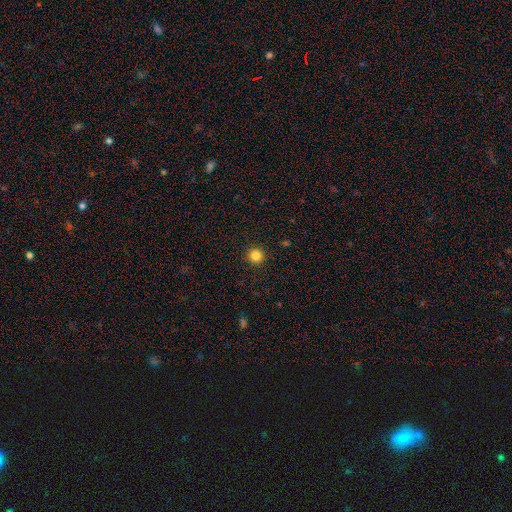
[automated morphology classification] The model was most divided on "smooth or featured": smooth: 84%, star or artifact: 12%, featured or disk: 4%. More confident: how rounded — round (96%); merging — none (93%).